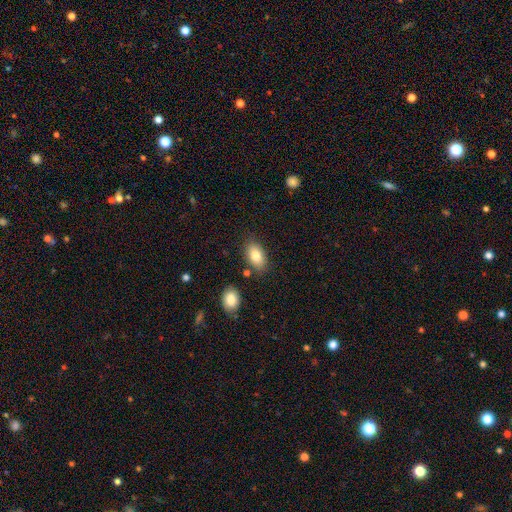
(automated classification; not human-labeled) smooth-or-featured: smooth: 82% | featured or disk: 10% | star or artifact: 8%
  how-rounded: in between: 91% | round: 7% | cigar-shaped: 2%
  merging: none: 80% | minor disturbance: 12% | merger: 5% | major disturbance: 3%